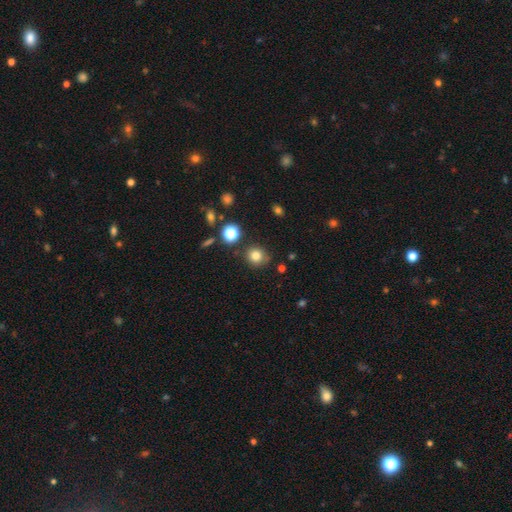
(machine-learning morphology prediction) A smooth galaxy with no disk features (80%) that is round (86%).

Vote fractions:
- Smooth or featured? smooth: 80% / star or artifact: 14% / featured or disk: 6%
- How rounded? round: 86% / in between: 13% / cigar-shaped: 1%
- Merging? none: 82% / minor disturbance: 11% / merger: 4% / major disturbance: 3%